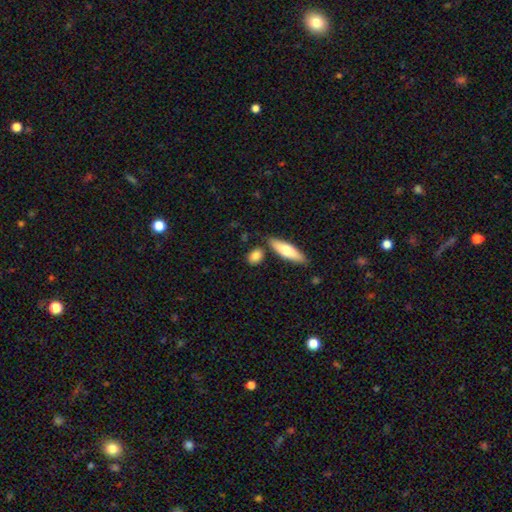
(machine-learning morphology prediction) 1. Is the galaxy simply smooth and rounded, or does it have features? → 82% smooth, 11% featured or disk, 6% star or artifact.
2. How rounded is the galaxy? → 62% in between, 24% round, 14% cigar-shaped.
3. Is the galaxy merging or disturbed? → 74% none, 12% minor disturbance, 11% merger, 3% major disturbance.